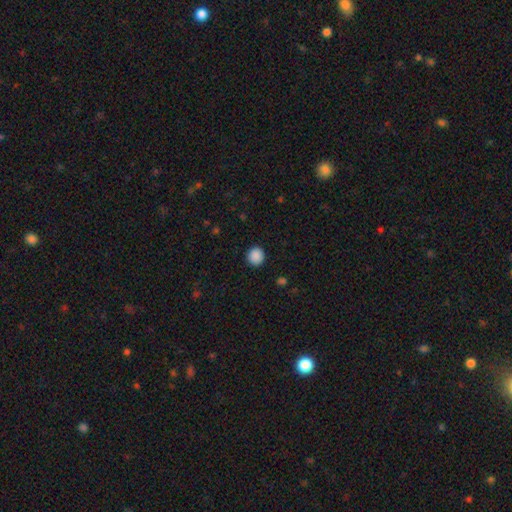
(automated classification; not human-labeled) Q: Smooth or featured?
A: smooth (89%); runner-up: star or artifact (9%)
Q: How rounded?
A: round (90%); runner-up: in between (9%)
Q: Merging?
A: none (91%); runner-up: minor disturbance (6%)